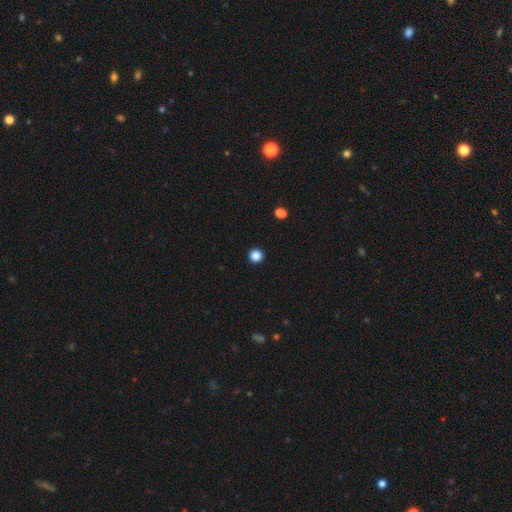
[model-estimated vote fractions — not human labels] Q: Smooth or featured?
A: smooth (86%); runner-up: star or artifact (11%)
Q: How rounded?
A: round (96%); runner-up: in between (3%)
Q: Merging?
A: none (94%); runner-up: minor disturbance (4%)